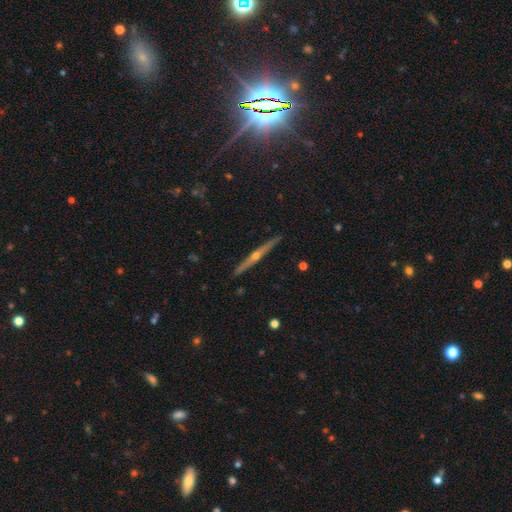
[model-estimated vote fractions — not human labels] featured or disk 80%, smooth 13%, star or artifact 6%. Down the decision tree: edge-on disk — yes (98%); edge-on bulge — rounded (91%); merging — none (92%).